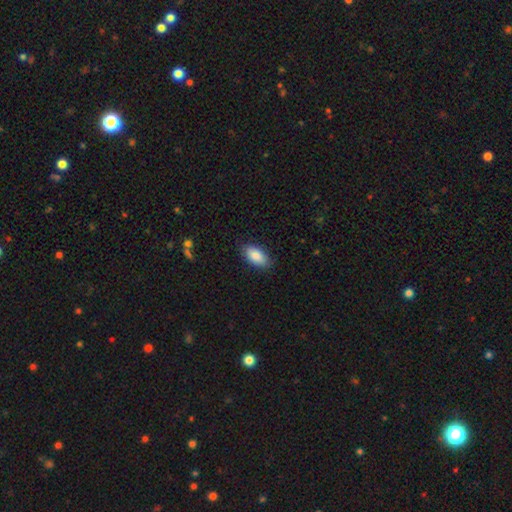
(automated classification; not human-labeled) Smooth or featured? Predicted: smooth (p=0.88). How rounded? Predicted: in between (p=0.92). Merging? Predicted: none (p=0.86).